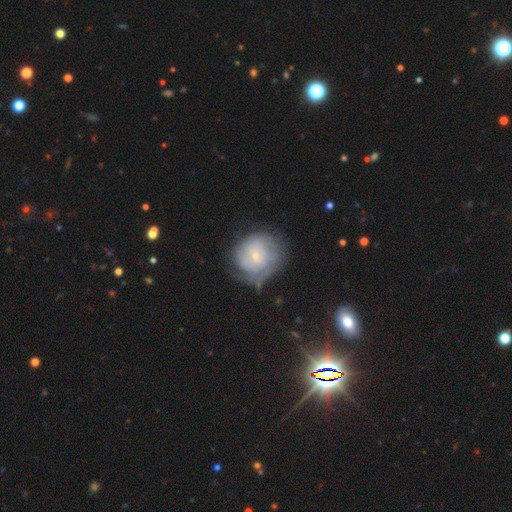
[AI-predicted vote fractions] Q: Smooth or featured?
A: featured or disk (59%); runner-up: smooth (33%)
Q: Edge-on disk?
A: no (97%); runner-up: yes (3%)
Q: Bar?
A: no (76%); runner-up: weak (21%)
Q: Spiral arms?
A: yes (76%); runner-up: no (24%)
Q: Bulge size?
A: small (80%); runner-up: moderate (15%)
Q: Merging?
A: none (56%); runner-up: minor disturbance (25%)